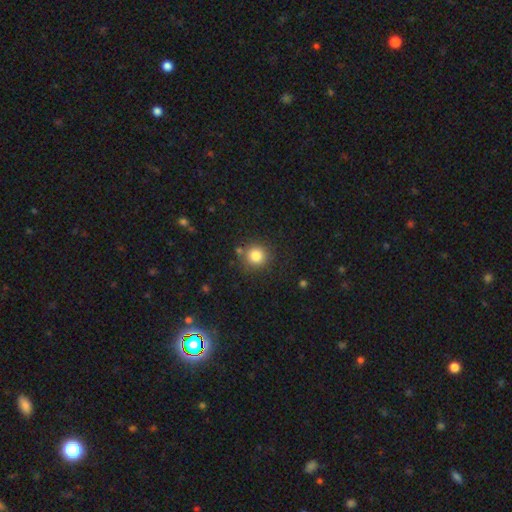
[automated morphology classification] Smooth or featured?
  - smooth: 83% *
  - star or artifact: 12%
  - featured or disk: 6%
How rounded?
  - round: 92% *
  - in between: 7%
  - cigar-shaped: 1%
Merging?
  - none: 82% *
  - minor disturbance: 10%
  - merger: 5%
  - major disturbance: 3%